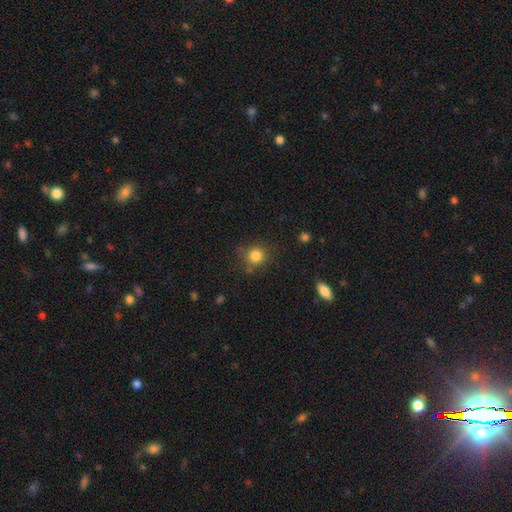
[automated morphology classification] Smooth or featured? smooth (83%)
How rounded? round (90%)
Merging? none (78%)